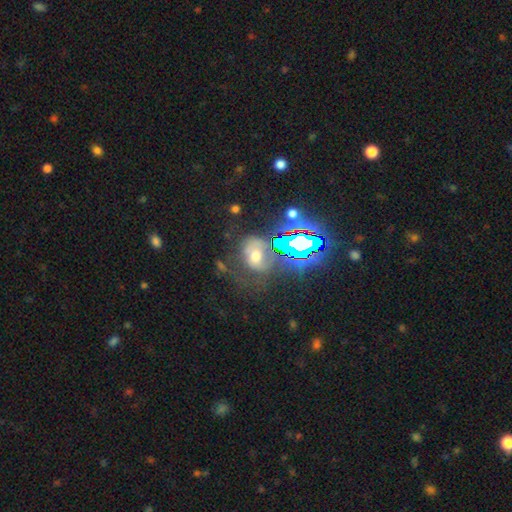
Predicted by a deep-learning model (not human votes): smooth-or-featured: smooth: 41% | star or artifact: 31% | featured or disk: 28%
  merging: none: 41% | major disturbance: 27% | minor disturbance: 23% | merger: 9%